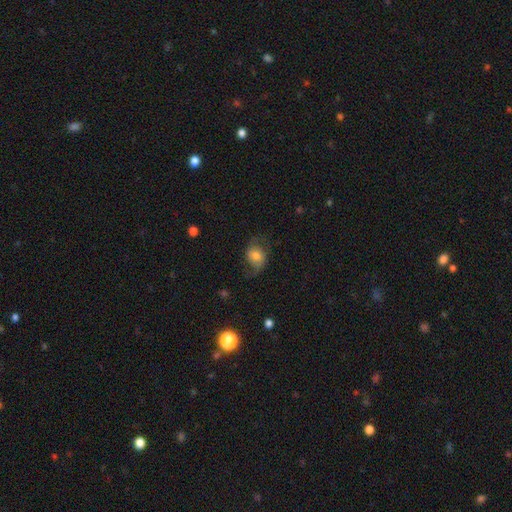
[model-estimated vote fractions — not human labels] This appears to be a featured or disk galaxy (47%). Merging: none (58%).